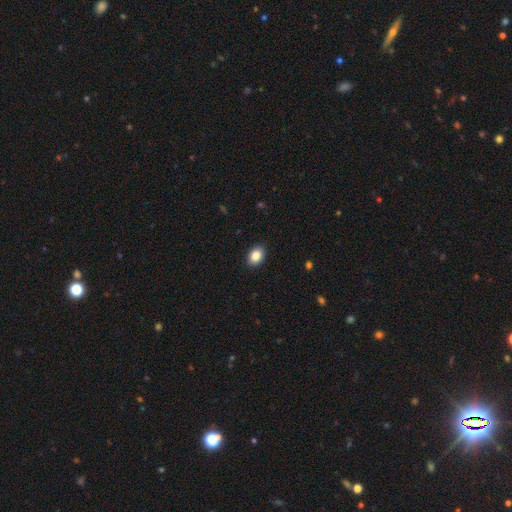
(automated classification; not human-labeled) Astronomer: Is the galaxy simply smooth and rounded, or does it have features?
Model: smooth — 88%.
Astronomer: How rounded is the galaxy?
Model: in between — 75%.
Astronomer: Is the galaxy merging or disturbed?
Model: none — 88%.